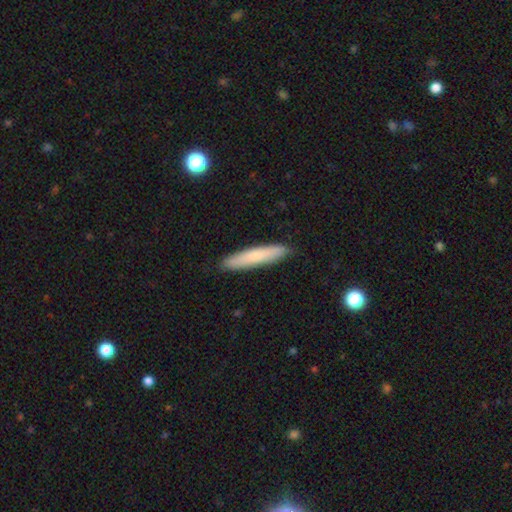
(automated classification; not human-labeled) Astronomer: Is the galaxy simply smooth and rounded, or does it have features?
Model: smooth — 74%.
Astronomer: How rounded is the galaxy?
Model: cigar-shaped — 89%.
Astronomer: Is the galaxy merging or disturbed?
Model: none — 90%.